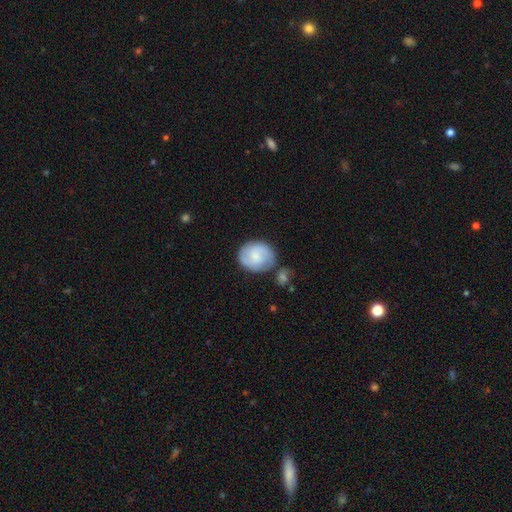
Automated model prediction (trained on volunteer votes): The model was most divided on "smooth or featured": smooth: 54%, featured or disk: 39%, star or artifact: 6%. More confident: how rounded — round (73%); merging — none (64%).